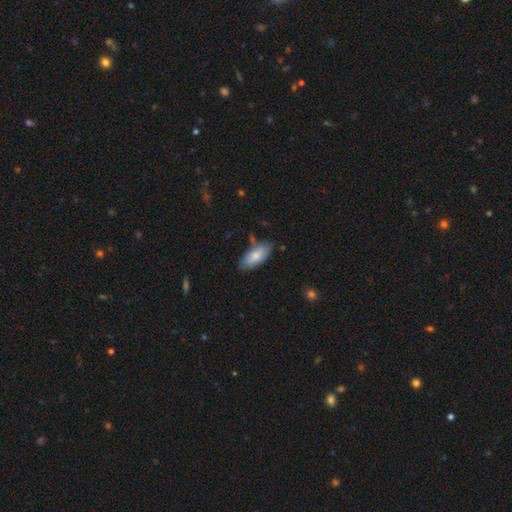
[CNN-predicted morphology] smooth_or_featured: smooth (p=0.81) [alt: featured or disk p=0.13]
how_rounded: in between (p=0.87) [alt: cigar-shaped p=0.11]
merging: none (p=0.74) [alt: minor disturbance p=0.19]